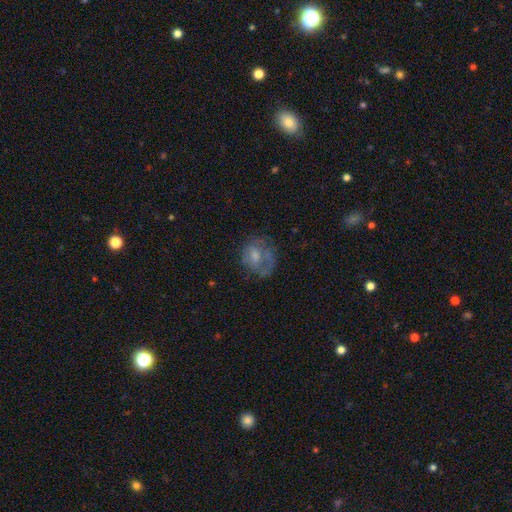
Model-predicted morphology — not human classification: A featured or disk galaxy (49%).

Vote fractions:
- Smooth or featured? featured or disk: 49% / smooth: 36% / star or artifact: 15%
- Merging? none: 57% / minor disturbance: 22% / major disturbance: 19% / merger: 2%